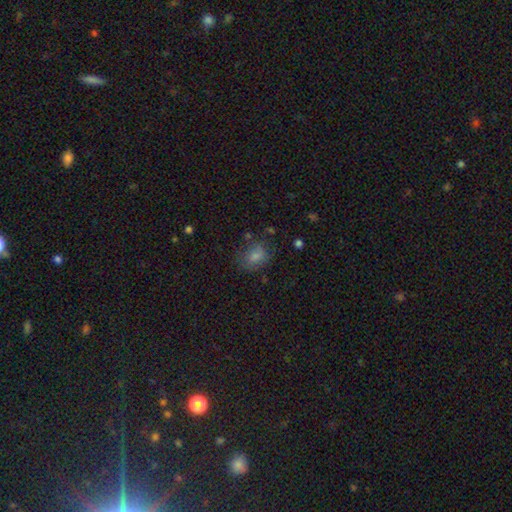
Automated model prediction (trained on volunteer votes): smooth-or-featured: smooth: 77% | star or artifact: 12% | featured or disk: 11%
  how-rounded: in between: 63% | round: 36% | cigar-shaped: 1%
  merging: none: 60% | minor disturbance: 23% | major disturbance: 13% | merger: 4%